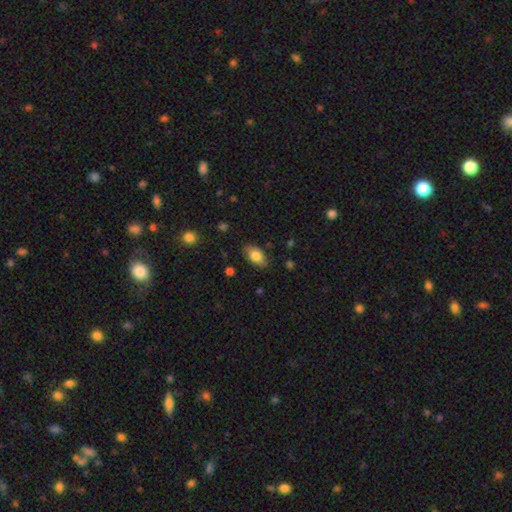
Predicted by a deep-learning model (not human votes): Smooth or featured? smooth (81%)
How rounded? in between (91%)
Merging? none (84%)